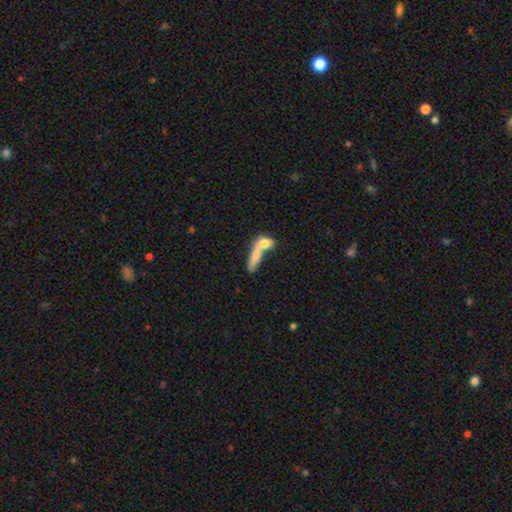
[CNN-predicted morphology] Smooth or featured? Predicted: smooth (p=0.71). How rounded? Predicted: cigar-shaped (p=0.51). Merging? Predicted: merger (p=0.61).